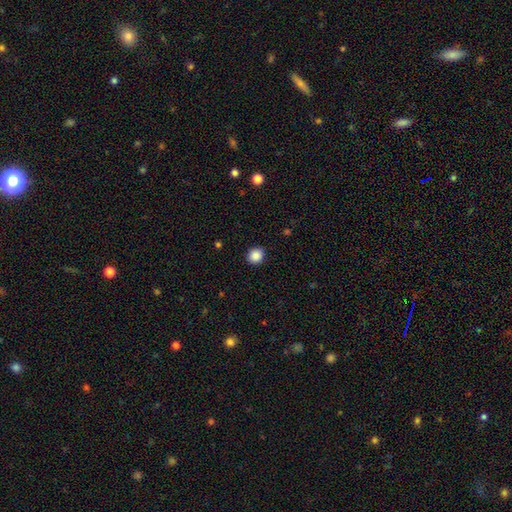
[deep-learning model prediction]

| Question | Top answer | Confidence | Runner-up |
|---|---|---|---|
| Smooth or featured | smooth | 88% | star or artifact (10%) |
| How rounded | round | 85% | in between (14%) |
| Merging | none | 91% | minor disturbance (6%) |